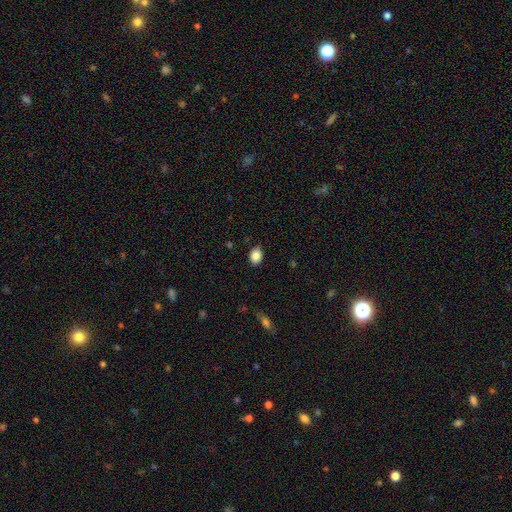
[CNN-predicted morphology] Smooth or featured?
  - smooth: 86% *
  - star or artifact: 8%
  - featured or disk: 6%
How rounded?
  - in between: 73% *
  - round: 26%
  - cigar-shaped: 1%
Merging?
  - none: 86% *
  - minor disturbance: 11%
  - major disturbance: 2%
  - merger: 1%